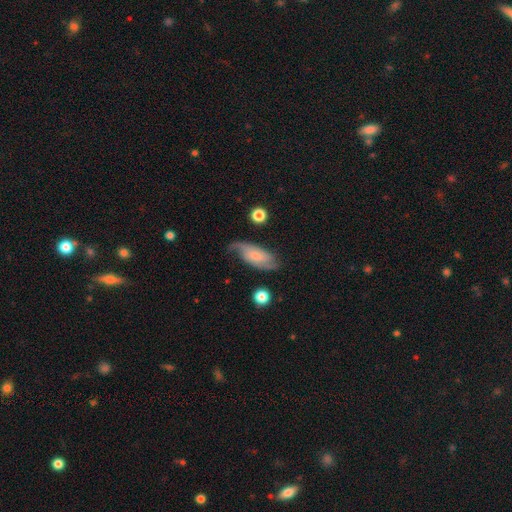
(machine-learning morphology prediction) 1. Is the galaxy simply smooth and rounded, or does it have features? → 66% featured or disk, 27% smooth, 6% star or artifact.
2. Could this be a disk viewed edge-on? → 91% no, 9% yes.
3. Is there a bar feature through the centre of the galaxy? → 57% no, 35% weak, 8% strong.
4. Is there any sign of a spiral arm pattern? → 93% yes, 7% no.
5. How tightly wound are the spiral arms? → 42% loose, 38% medium, 20% tight.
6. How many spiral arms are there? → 81% 2, 9% can't tell, 6% 1, 2% 3, 1% 4, 1% more than 4.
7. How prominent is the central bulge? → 47% small, 33% moderate, 13% none, 6% large, 2% dominant.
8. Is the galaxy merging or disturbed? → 65% none, 23% minor disturbance, 10% major disturbance, 2% merger.